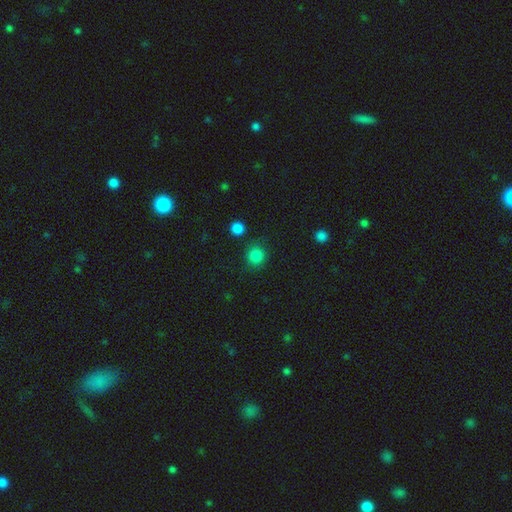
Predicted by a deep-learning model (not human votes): smooth-or-featured: smooth: 84% | star or artifact: 12% | featured or disk: 4%
  how-rounded: round: 90% | in between: 9% | cigar-shaped: 1%
  merging: none: 84% | minor disturbance: 9% | merger: 4% | major disturbance: 3%